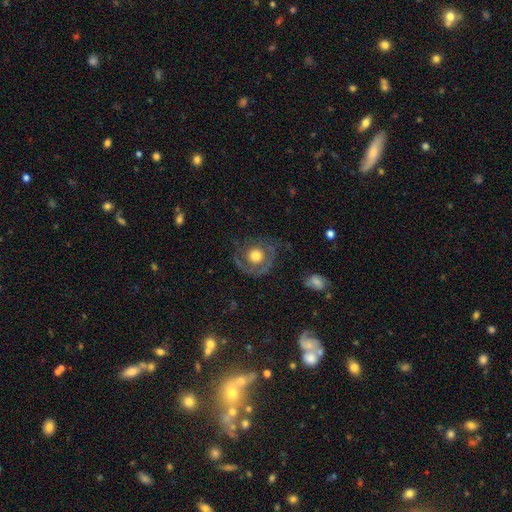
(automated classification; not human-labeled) smooth_or_featured: featured or disk (p=0.52) [alt: smooth p=0.40]
disk_edge_on: no (p=0.96) [alt: yes p=0.04]
bar: no (p=0.86) [alt: weak p=0.12]
has_spiral_arms: yes (p=0.57) [alt: no p=0.43]
bulge_size: large (p=0.48) [alt: moderate p=0.40]
merging: none (p=0.68) [alt: minor disturbance p=0.17]